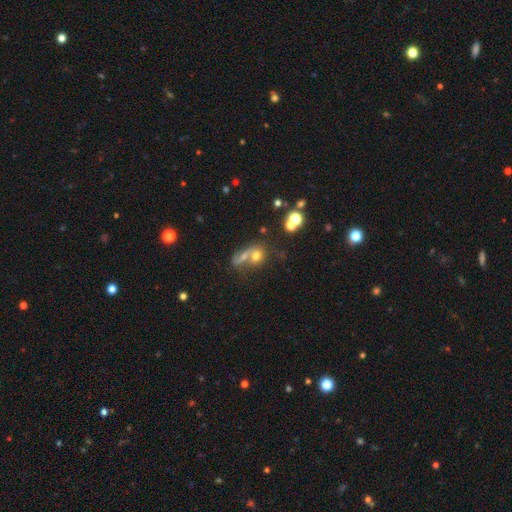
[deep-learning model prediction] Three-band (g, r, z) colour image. It shows a smooth galaxy with no disk features (58%) that is round (64%). Merging: merger (50%).